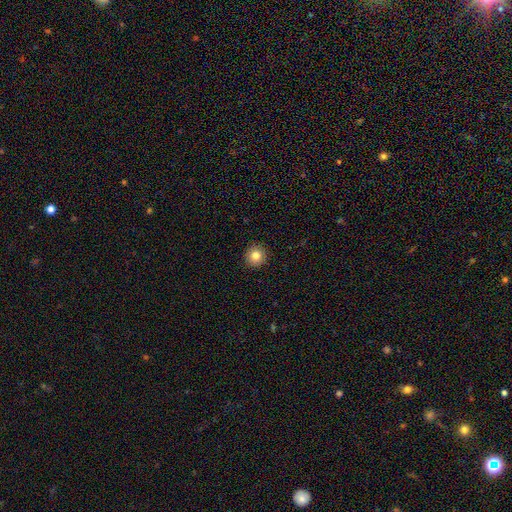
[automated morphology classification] smooth_or_featured: smooth (p=0.83) [alt: star or artifact p=0.10]
how_rounded: round (p=0.93) [alt: in between p=0.06]
merging: none (p=0.92) [alt: minor disturbance p=0.05]